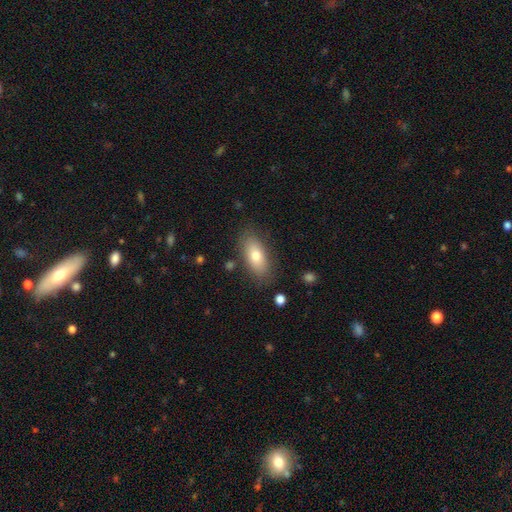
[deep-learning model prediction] Smooth or featured?
  - smooth: 74% *
  - featured or disk: 18%
  - star or artifact: 7%
How rounded?
  - in between: 84% *
  - cigar-shaped: 12%
  - round: 4%
Merging?
  - none: 82% *
  - minor disturbance: 12%
  - major disturbance: 4%
  - merger: 2%